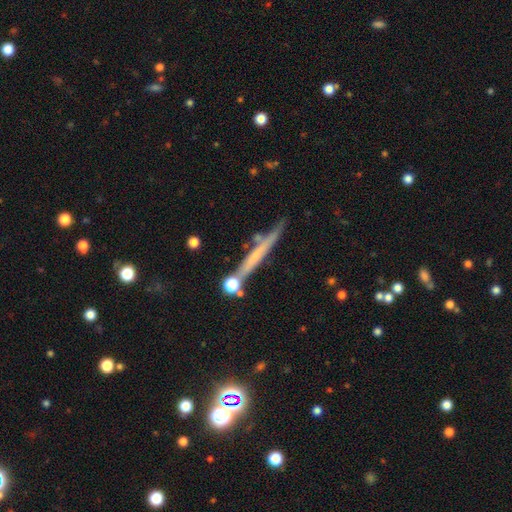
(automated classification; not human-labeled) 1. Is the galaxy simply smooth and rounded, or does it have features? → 47% featured or disk, 42% smooth, 10% star or artifact.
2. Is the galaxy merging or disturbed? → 74% none, 15% minor disturbance, 7% merger, 4% major disturbance.